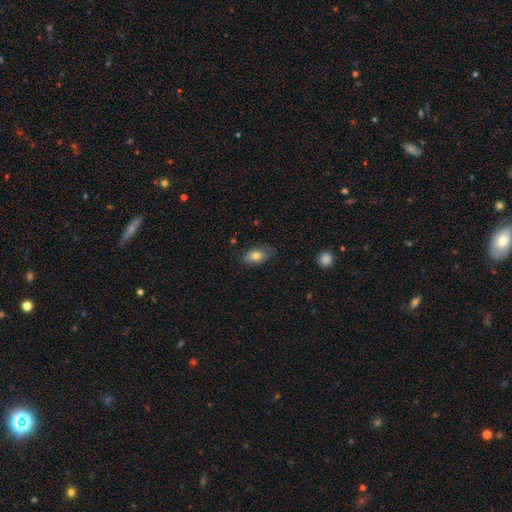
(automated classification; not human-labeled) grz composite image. It shows a smooth galaxy with no disk features (79%) that is in between round and cigar-shaped (88%). Merging: none (75%).